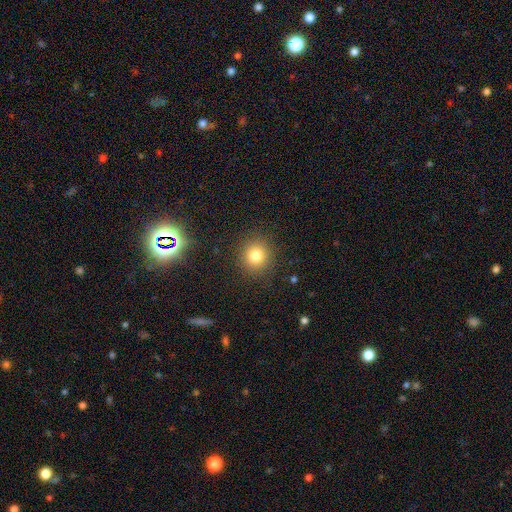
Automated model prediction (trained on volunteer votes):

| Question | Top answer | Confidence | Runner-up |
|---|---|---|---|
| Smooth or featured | smooth | 79% | star or artifact (13%) |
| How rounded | round | 90% | in between (9%) |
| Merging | none | 89% | minor disturbance (7%) |